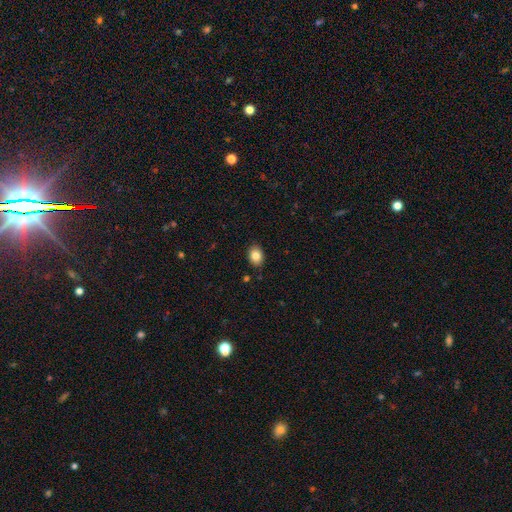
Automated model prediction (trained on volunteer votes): Q: Smooth or featured?
A: smooth (84%); runner-up: star or artifact (9%)
Q: How rounded?
A: in between (68%); runner-up: round (31%)
Q: Merging?
A: none (87%); runner-up: minor disturbance (9%)